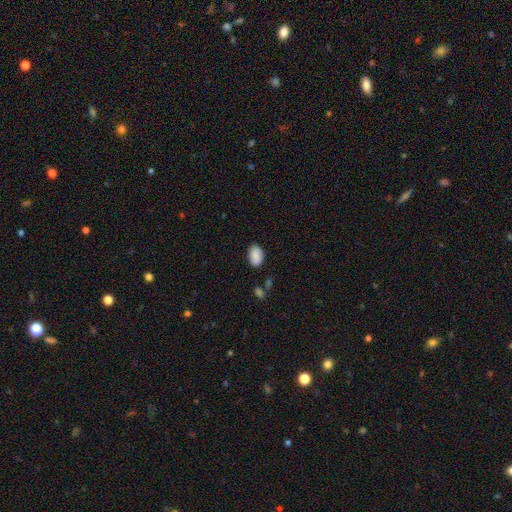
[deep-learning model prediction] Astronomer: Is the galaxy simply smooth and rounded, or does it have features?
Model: smooth — 89%.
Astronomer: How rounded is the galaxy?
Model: in between — 89%.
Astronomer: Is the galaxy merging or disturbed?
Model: none — 82%.